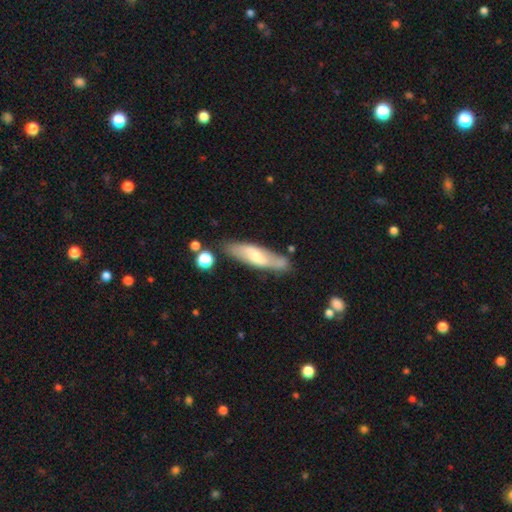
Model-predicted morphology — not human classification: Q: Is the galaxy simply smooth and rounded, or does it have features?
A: featured or disk — 49%.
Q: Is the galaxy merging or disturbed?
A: none — 75%.